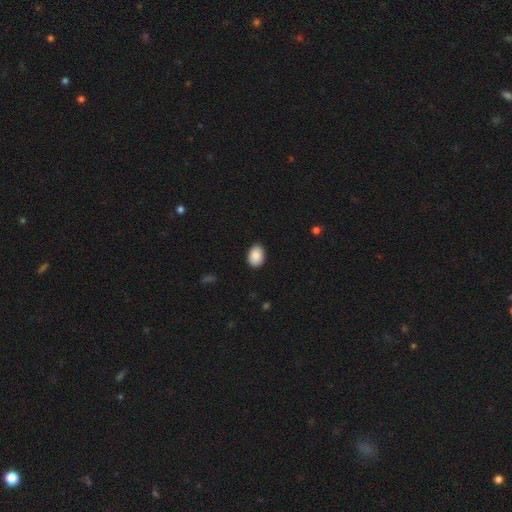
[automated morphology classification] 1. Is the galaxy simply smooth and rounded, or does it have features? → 89% smooth, 7% star or artifact, 4% featured or disk.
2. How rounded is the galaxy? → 83% in between, 16% round, 1% cigar-shaped.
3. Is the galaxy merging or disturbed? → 87% none, 10% minor disturbance, 2% major disturbance, 1% merger.